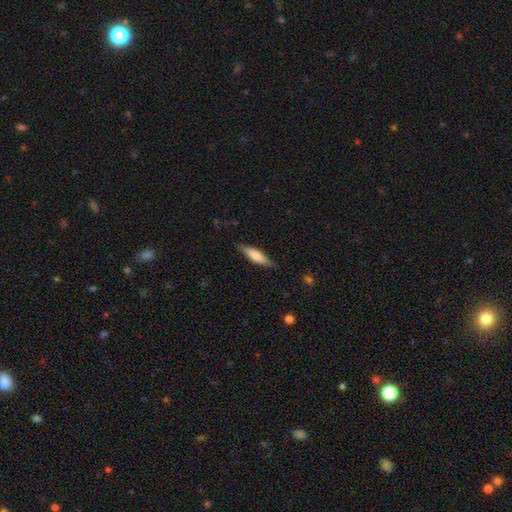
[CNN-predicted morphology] This appears to be a smooth galaxy with no disk features (68%) that is cigar-shaped (65%). Merging: none (81%).